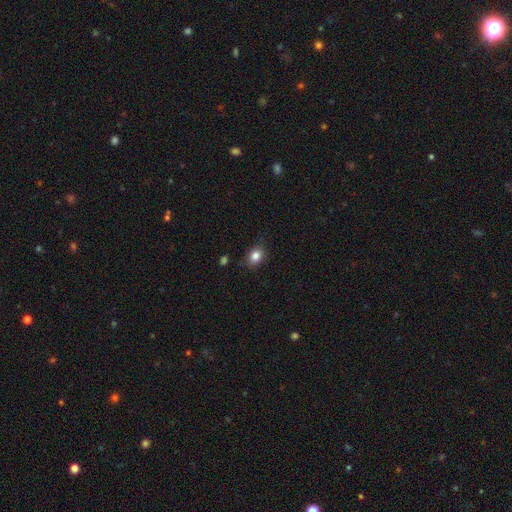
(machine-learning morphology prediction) Smooth or featured? smooth (83%)
How rounded? in between (61%)
Merging? none (79%)